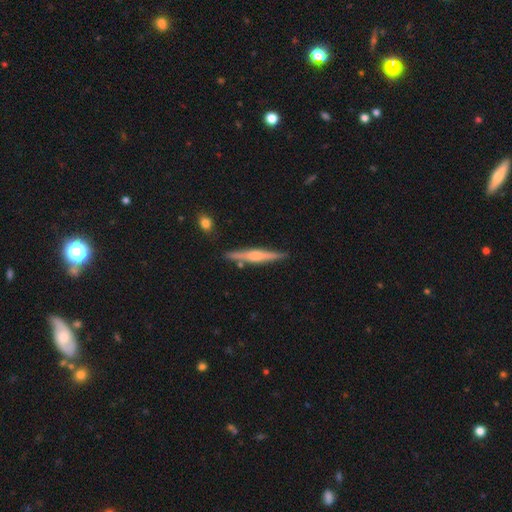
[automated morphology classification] This is likely a featured or disk galaxy (65%). It is clearly viewed edge-on (97%). Edge-on bulge: likely rounded (70%). Merging: clearly none (85%).